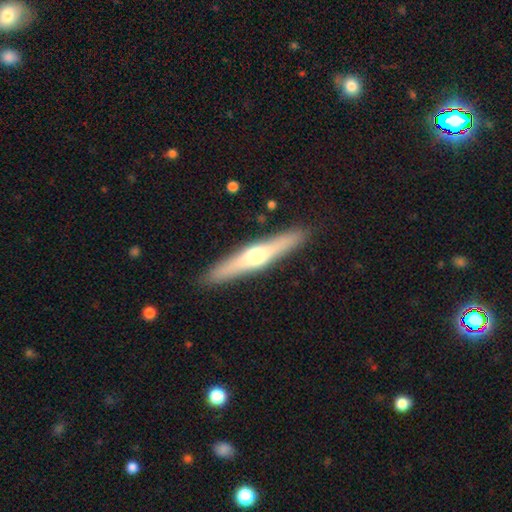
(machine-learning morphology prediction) Smooth or featured?
  - featured or disk: 56% *
  - smooth: 38%
  - star or artifact: 6%
Edge-on disk?
  - yes: 95% *
  - no: 5%
Edge-on bulge?
  - rounded: 88% *
  - none: 7%
  - boxy: 5%
Merging?
  - none: 90% *
  - minor disturbance: 7%
  - major disturbance: 2%
  - merger: 1%